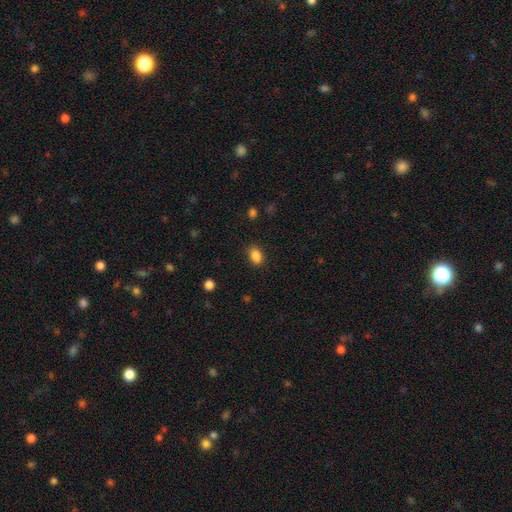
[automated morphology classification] smooth-or-featured: smooth: 87% | star or artifact: 9% | featured or disk: 4%
  how-rounded: in between: 83% | round: 16% | cigar-shaped: 1%
  merging: none: 85% | minor disturbance: 11% | major disturbance: 3% | merger: 1%